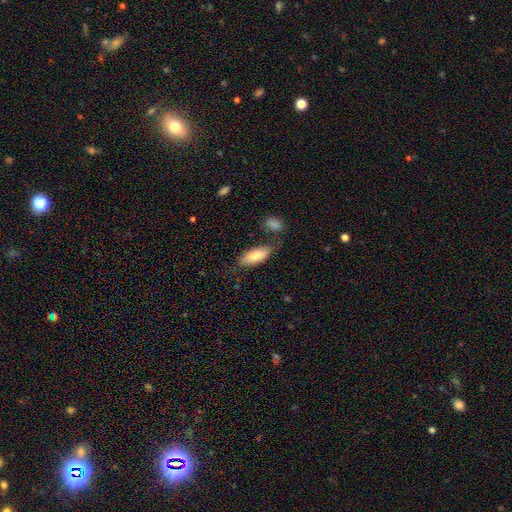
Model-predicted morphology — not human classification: The model was most divided on "merging": none: 64%, minor disturbance: 21%, merger: 10%, major disturbance: 6%. More confident: how rounded — in between (85%); smooth or featured — smooth (81%).